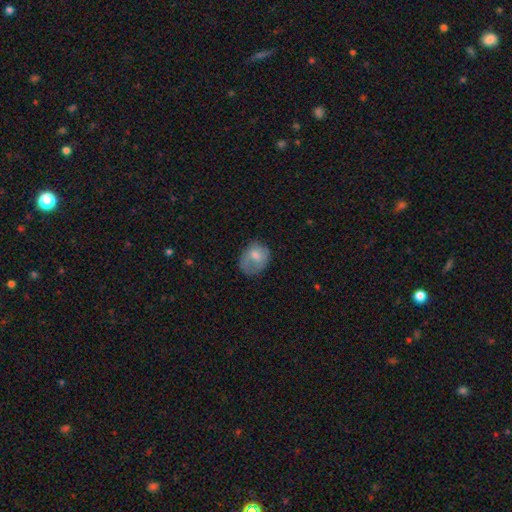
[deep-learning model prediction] Smooth or featured?
  - smooth: 63% *
  - featured or disk: 30%
  - star or artifact: 8%
How rounded?
  - in between: 52% *
  - round: 47%
  - cigar-shaped: 1%
Merging?
  - none: 49% *
  - minor disturbance: 30%
  - major disturbance: 20%
  - merger: 2%